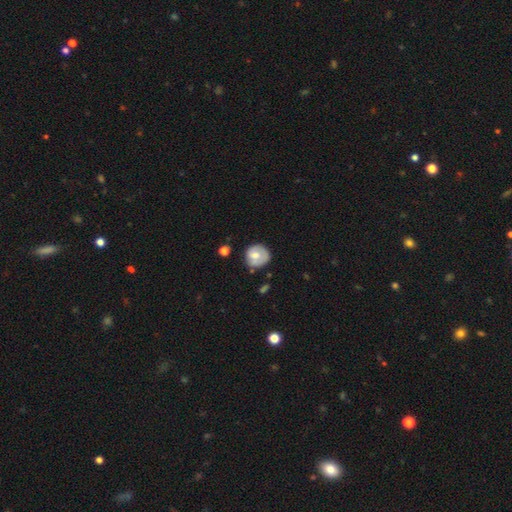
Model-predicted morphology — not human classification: A smooth galaxy with no disk features (61%) that is round (85%).

Vote fractions:
- Smooth or featured? smooth: 61% / featured or disk: 33% / star or artifact: 7%
- How rounded? round: 85% / in between: 14% / cigar-shaped: 1%
- Merging? none: 66% / minor disturbance: 24% / major disturbance: 7% / merger: 3%